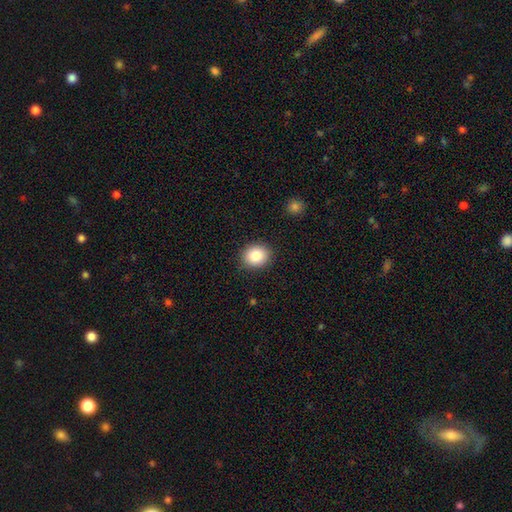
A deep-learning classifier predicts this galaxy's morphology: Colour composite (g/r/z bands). It shows a smooth galaxy with no disk features (84%) that is round (70%). Merging: none (89%).